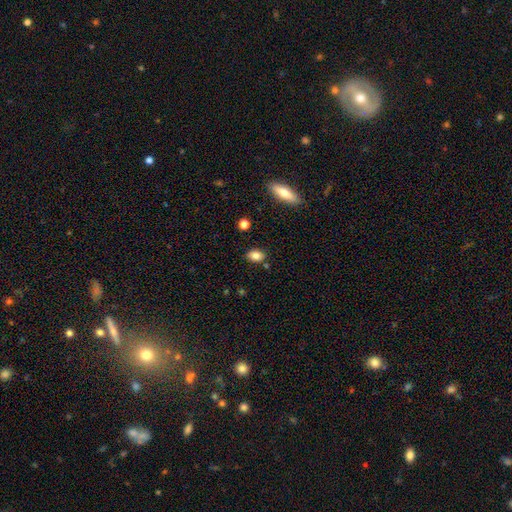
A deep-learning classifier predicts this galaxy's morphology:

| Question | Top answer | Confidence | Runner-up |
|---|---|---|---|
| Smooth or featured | smooth | 83% | star or artifact (9%) |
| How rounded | in between | 78% | round (20%) |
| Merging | none | 83% | minor disturbance (11%) |